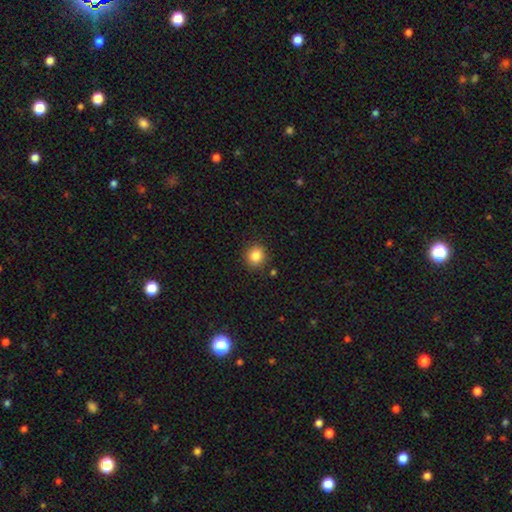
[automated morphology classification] Smooth or featured? smooth (84%)
How rounded? round (83%)
Merging? none (89%)